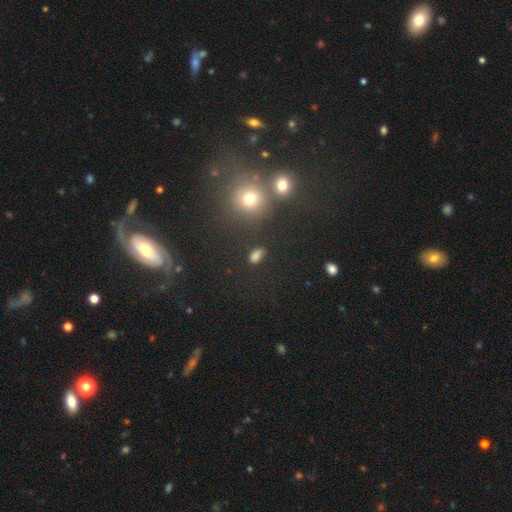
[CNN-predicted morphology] Smooth or featured? Predicted: smooth (p=0.74). How rounded? Predicted: in between (p=0.74). Merging? Predicted: none (p=0.81).